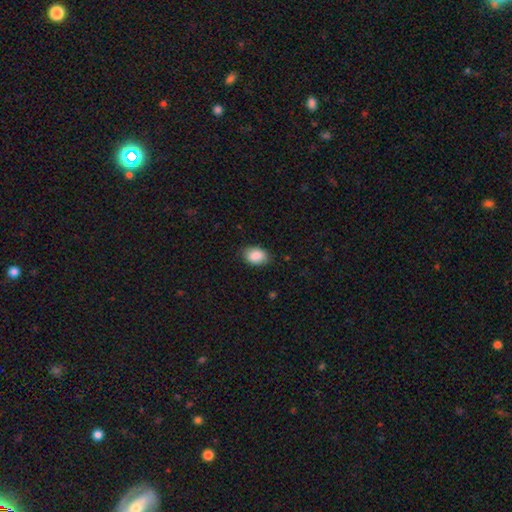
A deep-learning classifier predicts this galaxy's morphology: Smooth or featured? smooth (89%)
How rounded? in between (83%)
Merging? none (83%)